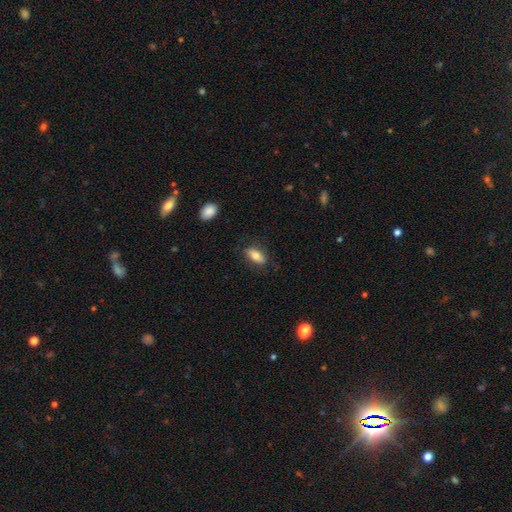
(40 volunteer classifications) smooth 68%, featured or disk 28%, star or artifact 5%. Down the decision tree: how rounded — in between (70%); merging — none (63%).